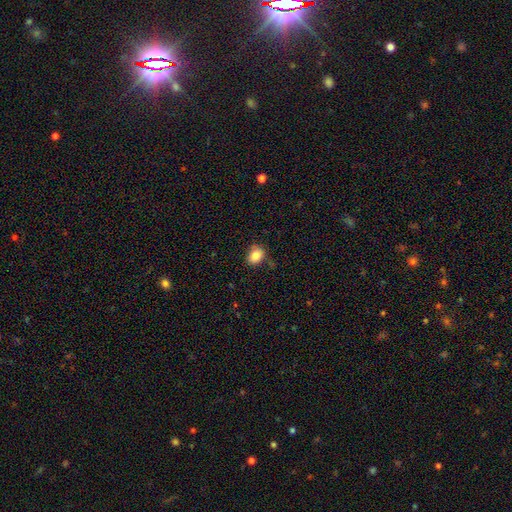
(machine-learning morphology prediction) Smooth or featured? smooth (84%)
How rounded? in between (57%)
Merging? none (79%)